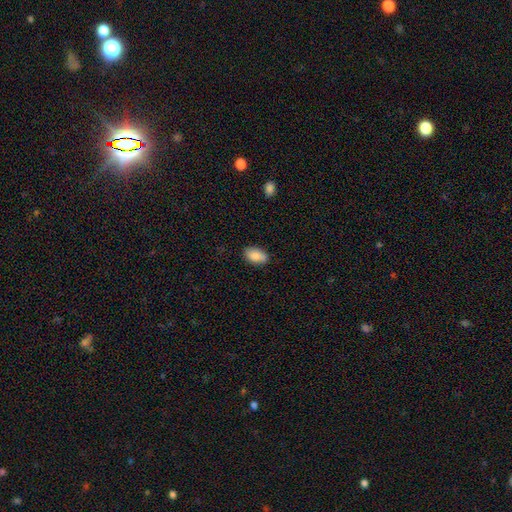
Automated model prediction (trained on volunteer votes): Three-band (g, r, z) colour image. It shows a smooth galaxy with no disk features (87%) that is in between round and cigar-shaped (92%). Merging: none (82%).